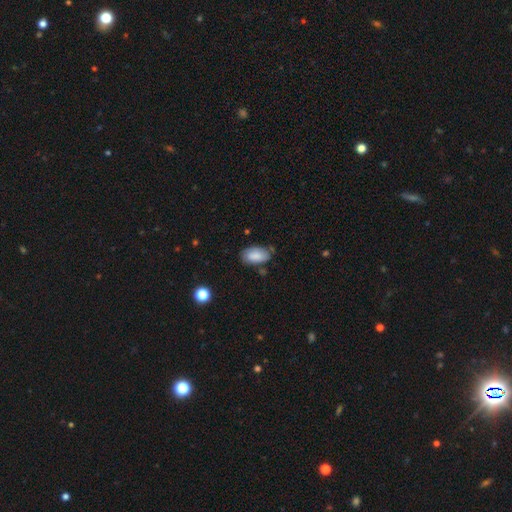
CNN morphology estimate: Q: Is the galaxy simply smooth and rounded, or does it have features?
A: smooth — 82%.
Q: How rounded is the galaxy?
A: in between — 93%.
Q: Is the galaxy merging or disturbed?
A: none — 65%.